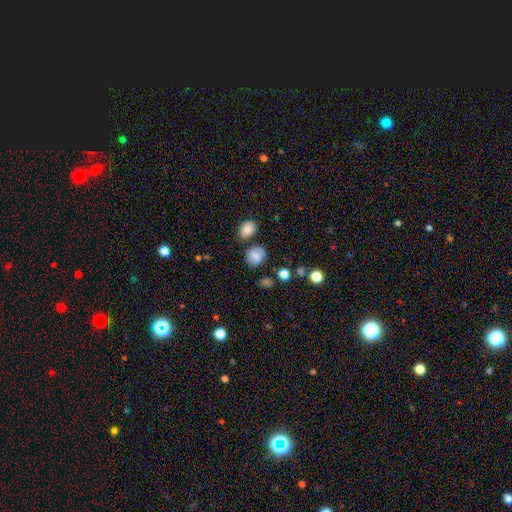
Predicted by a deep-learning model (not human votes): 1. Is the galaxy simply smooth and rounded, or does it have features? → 70% smooth, 18% featured or disk, 12% star or artifact.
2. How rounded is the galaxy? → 70% round, 29% in between, 1% cigar-shaped.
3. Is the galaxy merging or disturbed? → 76% none, 13% minor disturbance, 8% merger, 4% major disturbance.